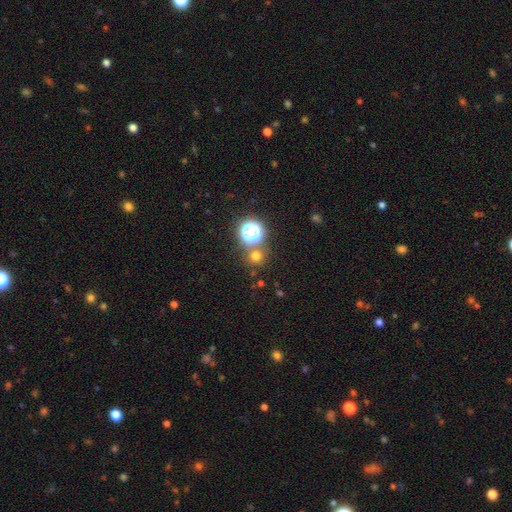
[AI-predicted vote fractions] smooth 65%, star or artifact 28%, featured or disk 7%. Down the decision tree: how rounded — round (90%); merging — none (74%).